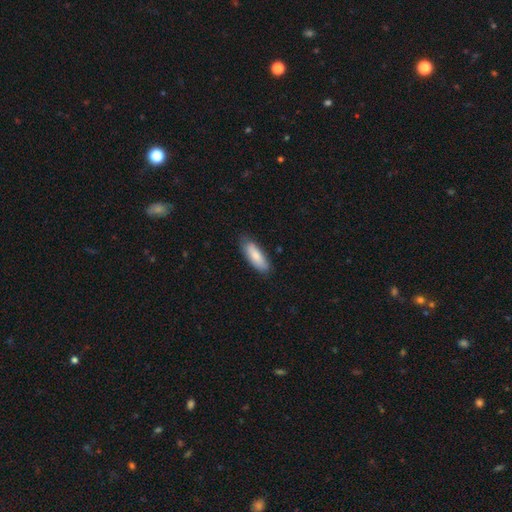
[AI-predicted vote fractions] Morphology: type=smooth (81%); roundness=in between (62%); merging=none (79%).